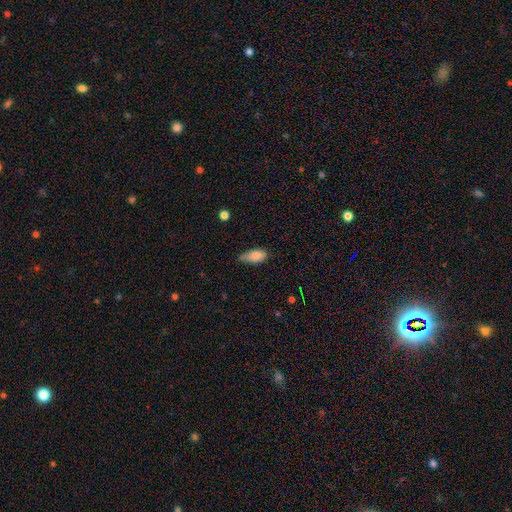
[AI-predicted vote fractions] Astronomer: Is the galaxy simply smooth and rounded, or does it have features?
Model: smooth — 84%.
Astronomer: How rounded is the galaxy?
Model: in between — 86%.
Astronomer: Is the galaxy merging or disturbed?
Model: none — 44%, tied with minor disturbance at 44%.